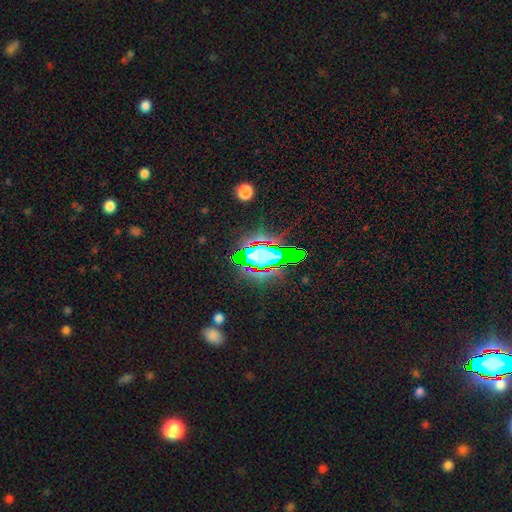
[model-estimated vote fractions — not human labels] Smooth or featured: star or artifact — 59% (smooth — 26%)